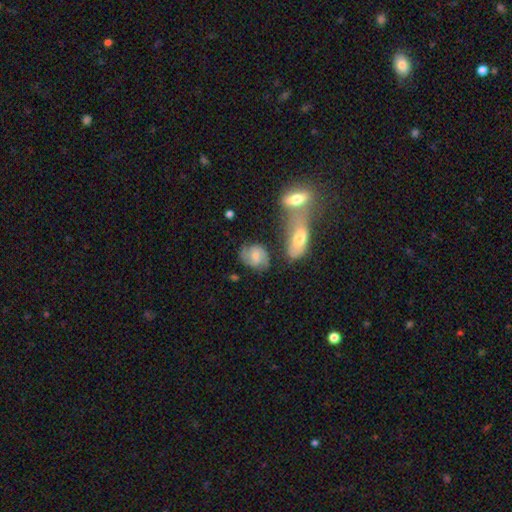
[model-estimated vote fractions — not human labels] Smooth or featured? featured or disk (69%)
Edge-on disk? no (97%)
Bar? no (55%)
Spiral arms? yes (93%)
Spiral winding? medium (49%)
Spiral arm count? 2 (78%)
Bulge size? small (46%)
Merging? none (66%)